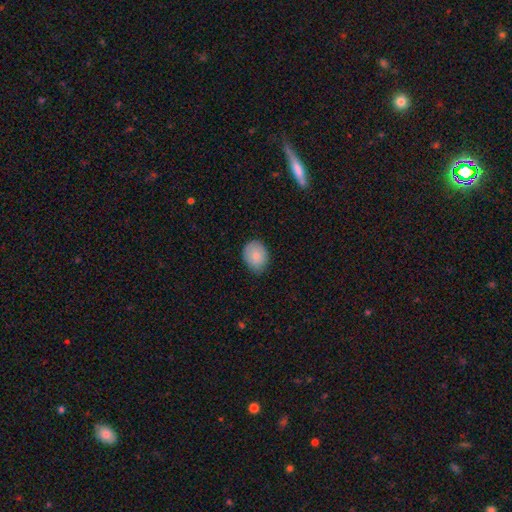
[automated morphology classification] The model was most divided on "how rounded": in between: 51%, round: 48%, cigar-shaped: 1%. More confident: smooth or featured — smooth (84%); merging — none (68%).